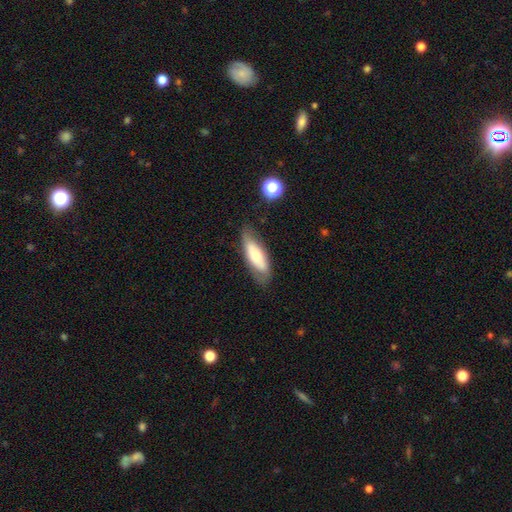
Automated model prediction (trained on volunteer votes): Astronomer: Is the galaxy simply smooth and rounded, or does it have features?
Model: smooth — 59% (runner-up: featured or disk, 35%).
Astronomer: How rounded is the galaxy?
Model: in between — 59% (runner-up: cigar-shaped, 39%).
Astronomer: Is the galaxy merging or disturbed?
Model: none — 72%.